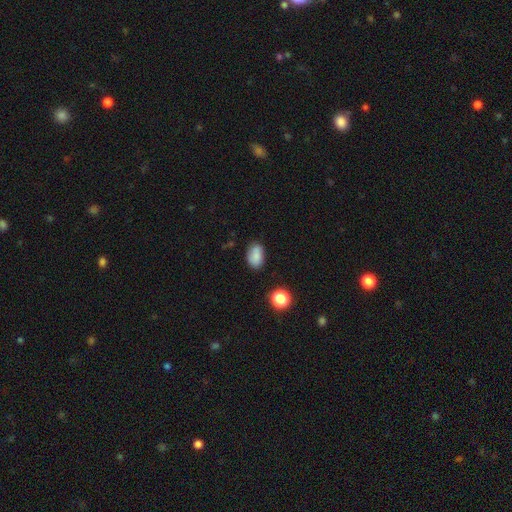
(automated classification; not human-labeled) smooth-or-featured: smooth: 81% | star or artifact: 10% | featured or disk: 9%
  how-rounded: in between: 86% | round: 12% | cigar-shaped: 2%
  merging: none: 72% | minor disturbance: 19% | merger: 5% | major disturbance: 4%